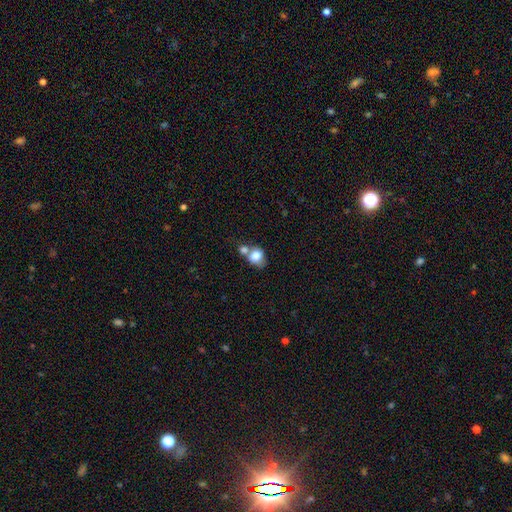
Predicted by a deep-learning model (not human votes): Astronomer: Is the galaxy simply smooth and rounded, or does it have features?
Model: smooth — 79%.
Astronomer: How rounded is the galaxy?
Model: round — 53% (runner-up: in between, 46%).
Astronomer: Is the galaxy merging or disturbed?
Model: merger — 50% (runner-up: none, 32%).